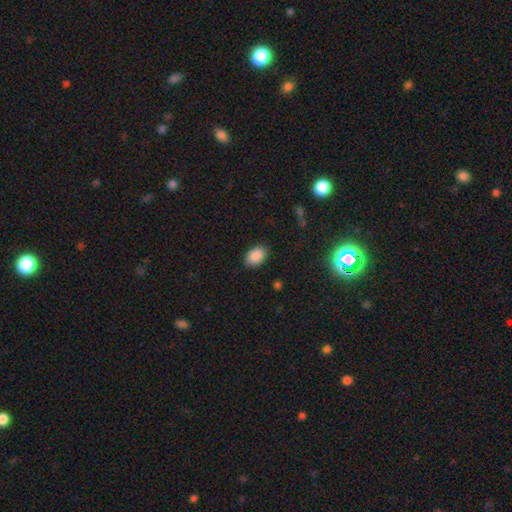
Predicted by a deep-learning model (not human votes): A smooth galaxy with no disk features (89%) that is in between round and cigar-shaped (87%).

Vote fractions:
- Smooth or featured? smooth: 89% / star or artifact: 8% / featured or disk: 3%
- How rounded? in between: 87% / round: 12% / cigar-shaped: 1%
- Merging? none: 87% / minor disturbance: 9% / major disturbance: 2% / merger: 1%